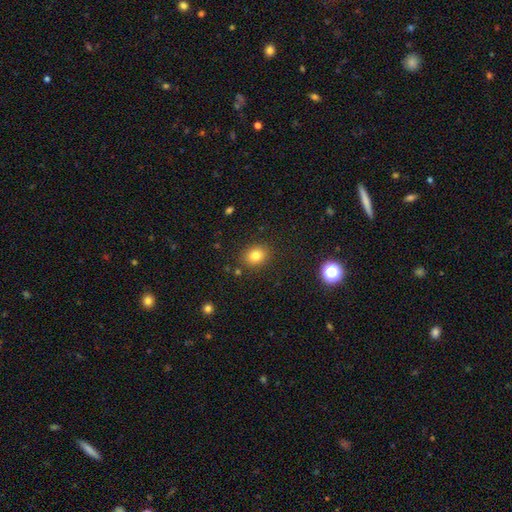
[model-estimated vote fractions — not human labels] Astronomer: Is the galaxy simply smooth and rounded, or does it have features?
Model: smooth — 80%.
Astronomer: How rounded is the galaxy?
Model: round — 61% (runner-up: in between, 38%).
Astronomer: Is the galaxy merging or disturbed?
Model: none — 86%.